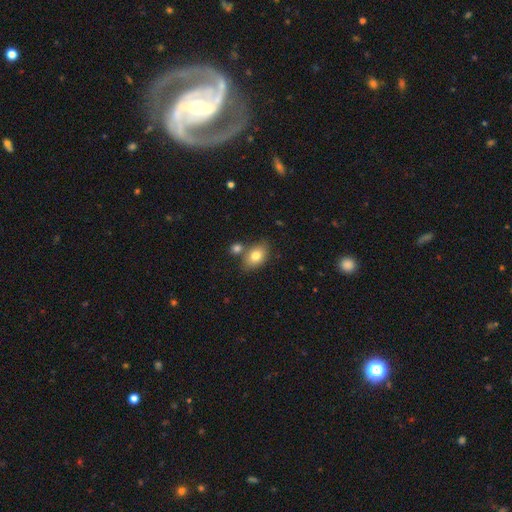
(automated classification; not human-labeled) This is likely a smooth galaxy (78%). How rounded: clearly in between (84%). Merging: likely none (65%).